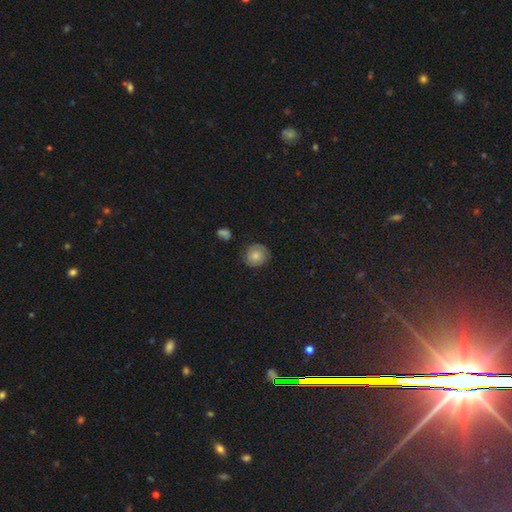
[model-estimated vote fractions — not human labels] Smooth or featured: smooth — 66% (featured or disk — 24%)
How rounded: round — 87% (in between — 12%)
Merging: none — 79% (minor disturbance — 16%)